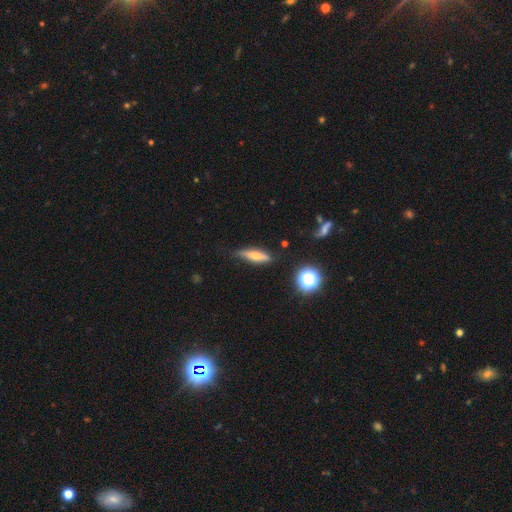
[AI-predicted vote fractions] smooth_or_featured: smooth (p=0.58) [alt: featured or disk p=0.33]
how_rounded: cigar-shaped (p=0.70) [alt: in between p=0.27]
merging: none (p=0.75) [alt: minor disturbance p=0.20]